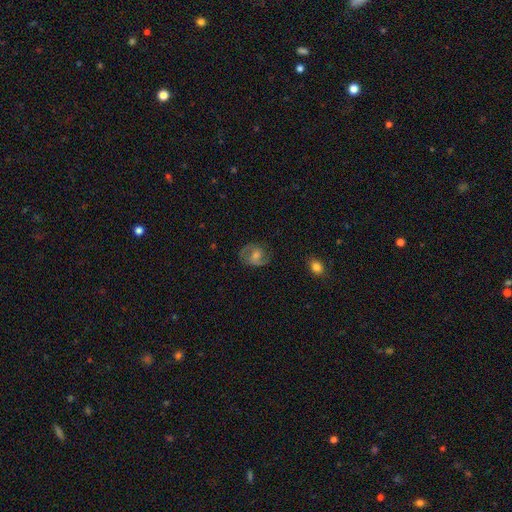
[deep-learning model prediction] A featured or disk galaxy (76%) with a weak bar (45%), 2 (89%) medium (55%) spiral arms (93%) and a moderate central bulge (49%). Merging: none (80%).